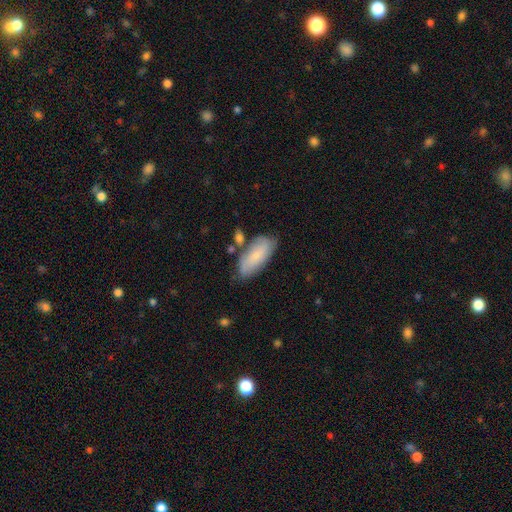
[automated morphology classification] Smooth or featured? smooth (69%)
How rounded? in between (84%)
Merging? none (68%)